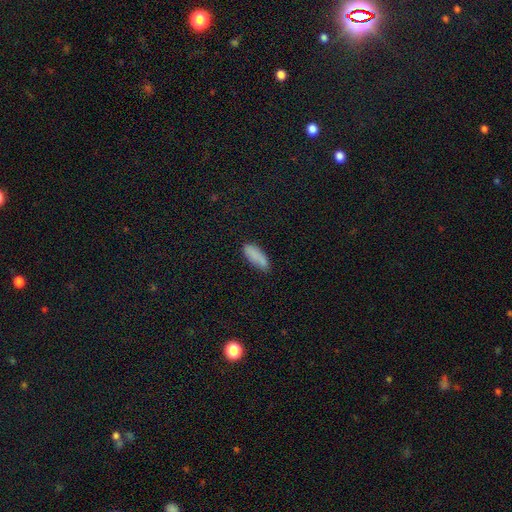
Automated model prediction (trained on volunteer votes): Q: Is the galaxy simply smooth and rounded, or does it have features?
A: smooth — 86%.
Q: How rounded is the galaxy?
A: in between — 62%.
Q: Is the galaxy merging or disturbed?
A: none — 69%.